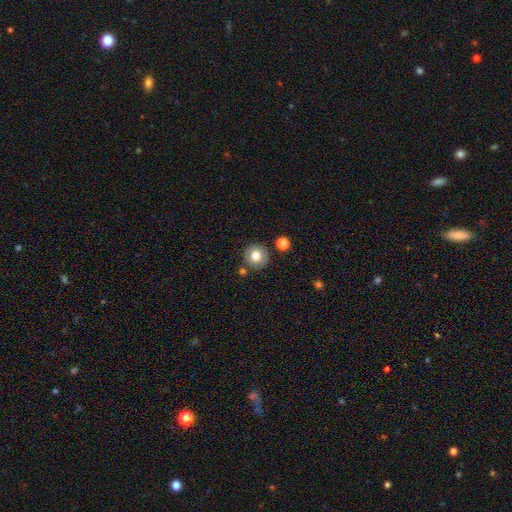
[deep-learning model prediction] Morphology: type=smooth (71%); roundness=round (91%); merging=none (82%).